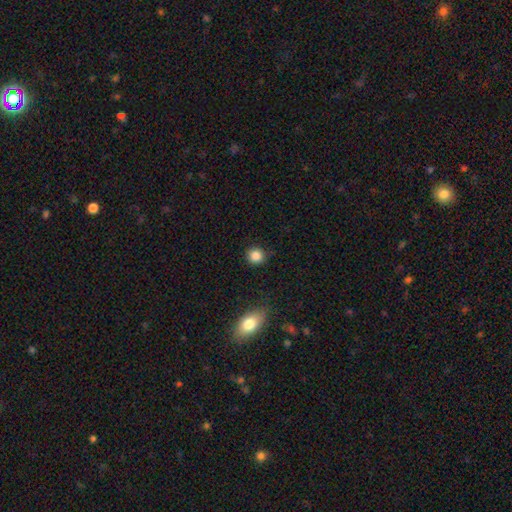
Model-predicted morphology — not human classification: Smooth or featured?
  - smooth: 86% *
  - star or artifact: 10%
  - featured or disk: 4%
How rounded?
  - round: 91% *
  - in between: 7%
  - cigar-shaped: 1%
Merging?
  - none: 88% *
  - minor disturbance: 8%
  - major disturbance: 2%
  - merger: 2%